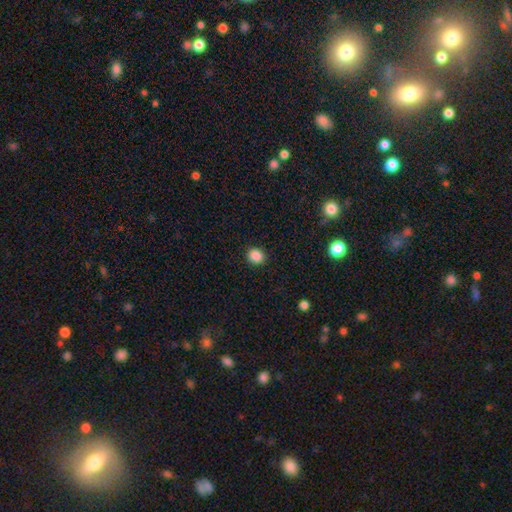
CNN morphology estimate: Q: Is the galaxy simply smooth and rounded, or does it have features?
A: smooth — 87%.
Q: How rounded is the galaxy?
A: round — 78%.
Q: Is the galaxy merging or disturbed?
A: none — 91%.